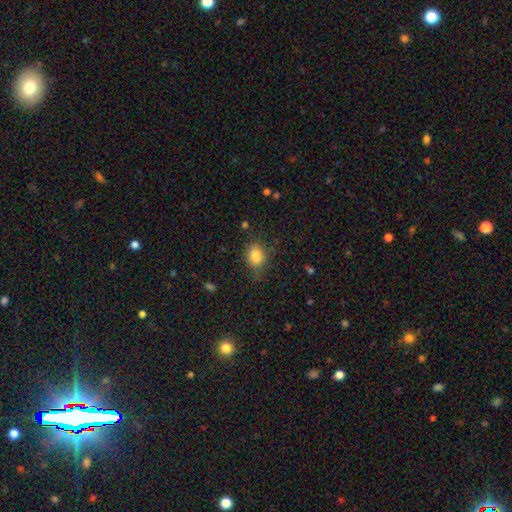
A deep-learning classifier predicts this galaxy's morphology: type=smooth (83%); roundness=in between (54%); merging=none (70%).